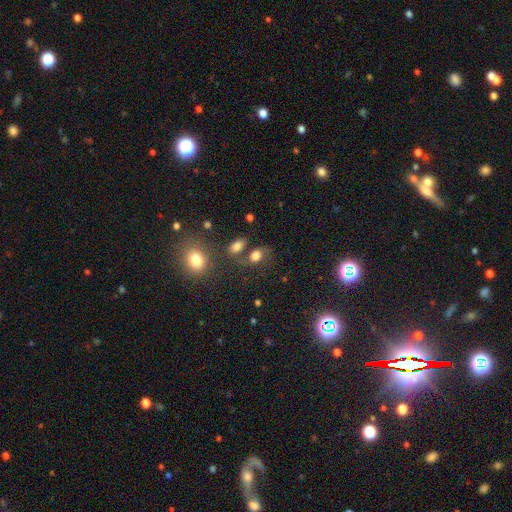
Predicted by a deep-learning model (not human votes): smooth_or_featured: smooth (p=0.74) [alt: star or artifact p=0.13]
how_rounded: in between (p=0.76) [alt: round p=0.22]
merging: none (p=0.49) [alt: merger p=0.22]